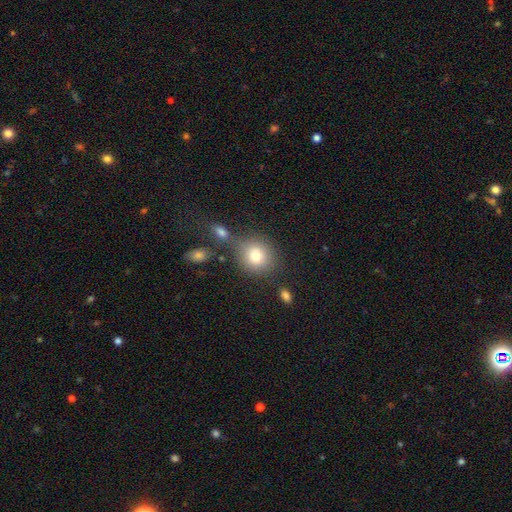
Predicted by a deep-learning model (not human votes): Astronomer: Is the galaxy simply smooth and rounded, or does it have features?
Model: smooth — 80%.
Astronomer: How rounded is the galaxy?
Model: round — 75%.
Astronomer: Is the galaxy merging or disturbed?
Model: none — 65%.